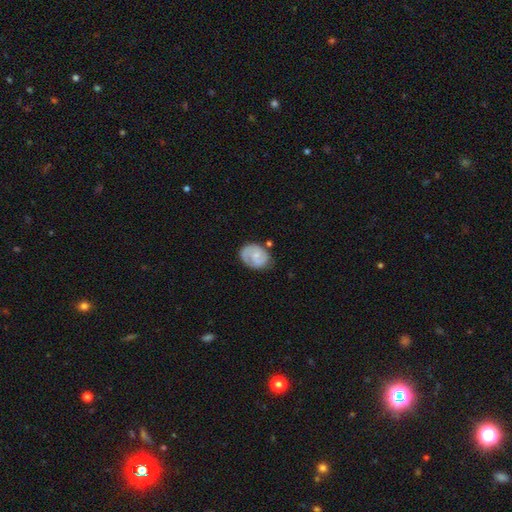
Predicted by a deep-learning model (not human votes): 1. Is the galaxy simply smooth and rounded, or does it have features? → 63% featured or disk, 31% smooth, 6% star or artifact.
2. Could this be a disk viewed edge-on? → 98% no, 2% yes.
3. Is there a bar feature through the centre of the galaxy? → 60% no, 35% weak, 5% strong.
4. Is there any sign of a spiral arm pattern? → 87% yes, 13% no.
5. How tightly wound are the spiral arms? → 47% tight, 38% medium, 14% loose.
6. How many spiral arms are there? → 58% 2, 22% 1, 14% can't tell, 3% 3, 1% 4, 1% more than 4.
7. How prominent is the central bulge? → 56% small, 28% moderate, 12% none, 2% large, 1% dominant.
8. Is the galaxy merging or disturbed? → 66% none, 23% minor disturbance, 8% major disturbance, 4% merger.